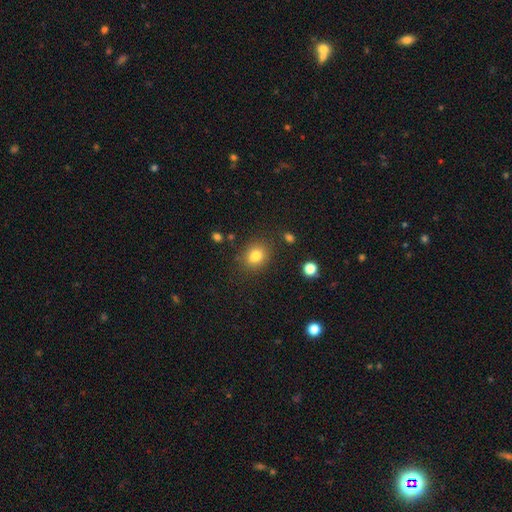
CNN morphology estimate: The model was most divided on "how rounded": round: 60%, in between: 39%, cigar-shaped: 1%. More confident: smooth or featured — smooth (80%); merging — none (79%).